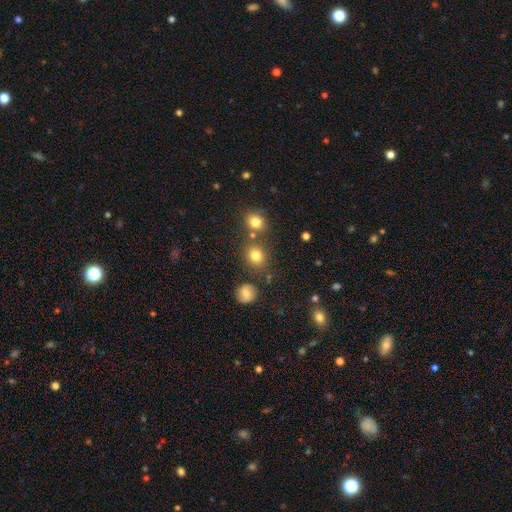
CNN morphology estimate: Smooth or featured?
  - smooth: 78% *
  - star or artifact: 15%
  - featured or disk: 7%
How rounded?
  - round: 78% *
  - in between: 21%
  - cigar-shaped: 1%
Merging?
  - none: 74% *
  - merger: 12%
  - minor disturbance: 10%
  - major disturbance: 4%